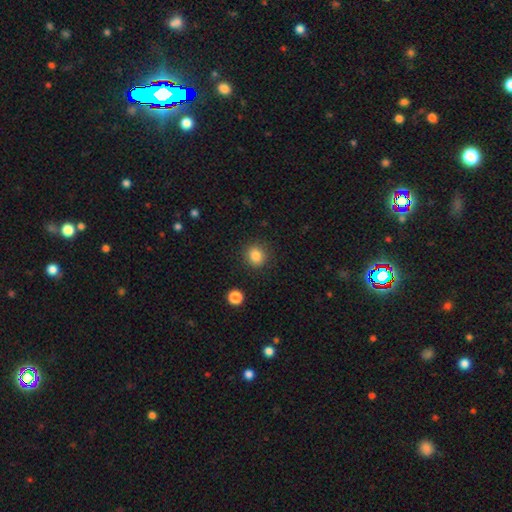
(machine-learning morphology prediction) Overall: smooth (84%). How rounded: round (83%). Merging: none (89%).